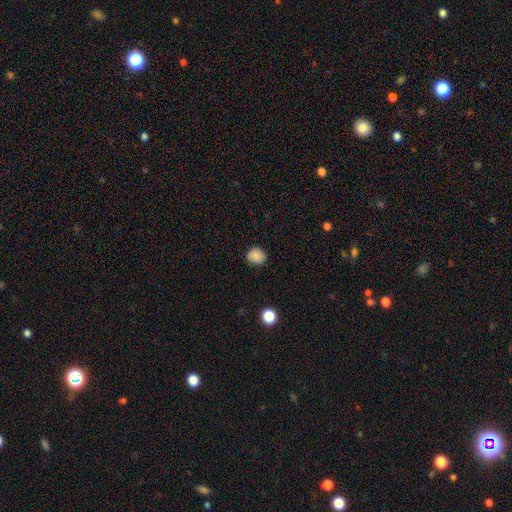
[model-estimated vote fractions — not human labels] smooth_or_featured: smooth (p=0.85) [alt: star or artifact p=0.10]
how_rounded: round (p=0.80) [alt: in between p=0.19]
merging: none (p=0.82) [alt: minor disturbance p=0.14]